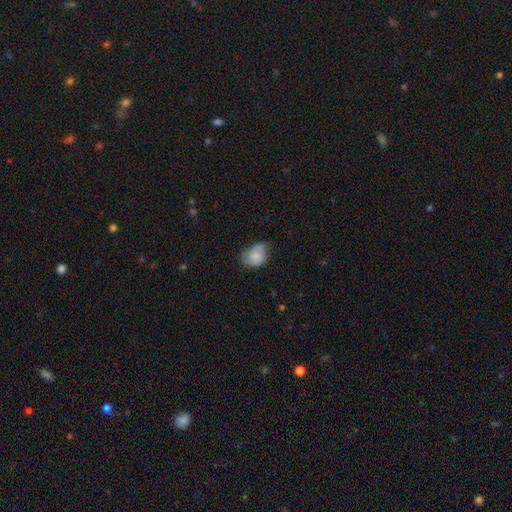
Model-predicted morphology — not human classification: smooth_or_featured: smooth (p=0.68) [alt: featured or disk p=0.24]
how_rounded: in between (p=0.65) [alt: round p=0.34]
merging: none (p=0.44) [alt: minor disturbance p=0.40]